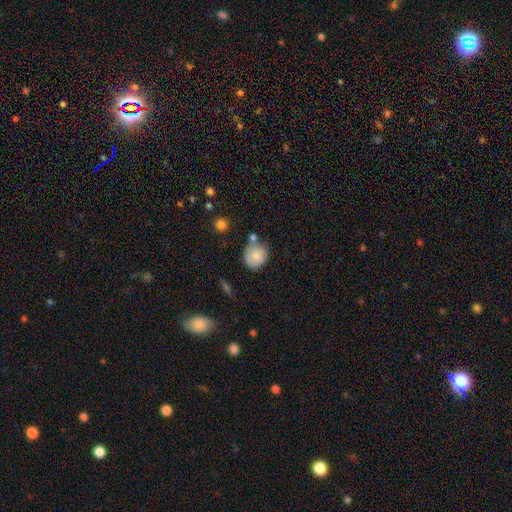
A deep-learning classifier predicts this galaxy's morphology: Smooth or featured?
  - smooth: 80% *
  - featured or disk: 12%
  - star or artifact: 8%
How rounded?
  - round: 77% *
  - in between: 22%
  - cigar-shaped: 1%
Merging?
  - none: 58% *
  - minor disturbance: 22%
  - merger: 14%
  - major disturbance: 6%